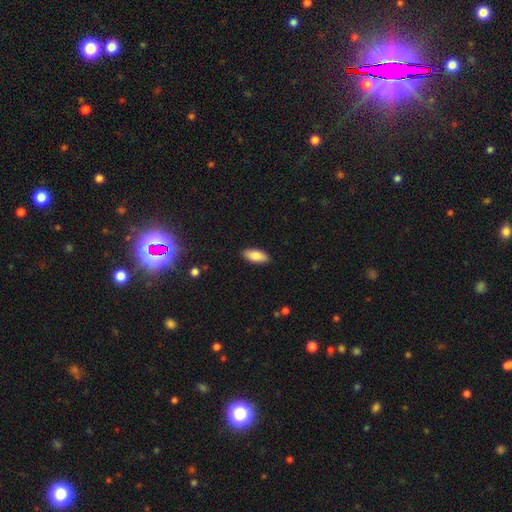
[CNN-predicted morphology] smooth 85%, featured or disk 9%, star or artifact 6%. Down the decision tree: how rounded — in between (86%); merging — none (89%).